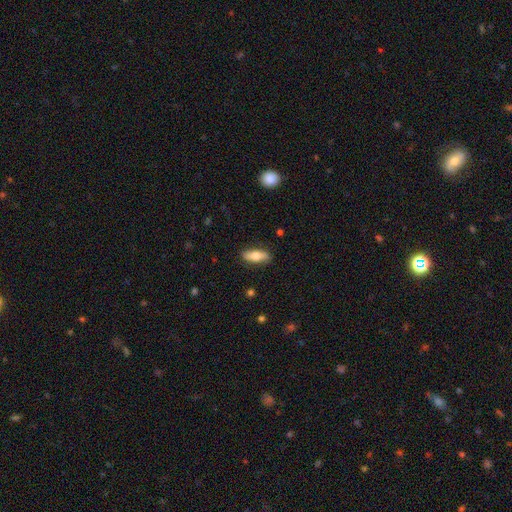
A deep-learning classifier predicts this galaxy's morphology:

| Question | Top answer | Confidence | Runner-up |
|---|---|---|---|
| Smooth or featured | smooth | 66% | featured or disk (28%) |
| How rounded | in between | 61% | cigar-shaped (37%) |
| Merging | none | 85% | minor disturbance (11%) |